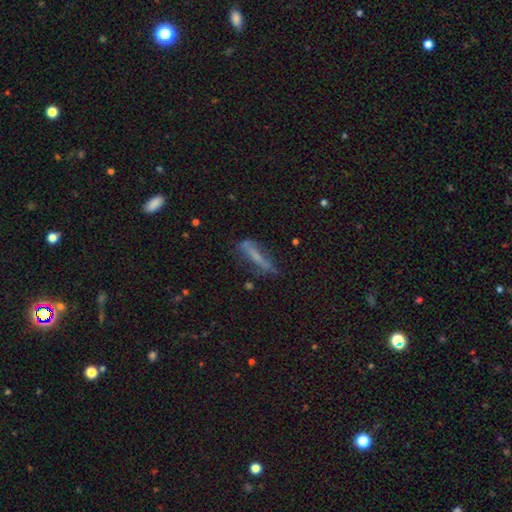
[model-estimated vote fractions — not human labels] Morphology: type=smooth (49%); merging=none (58%).